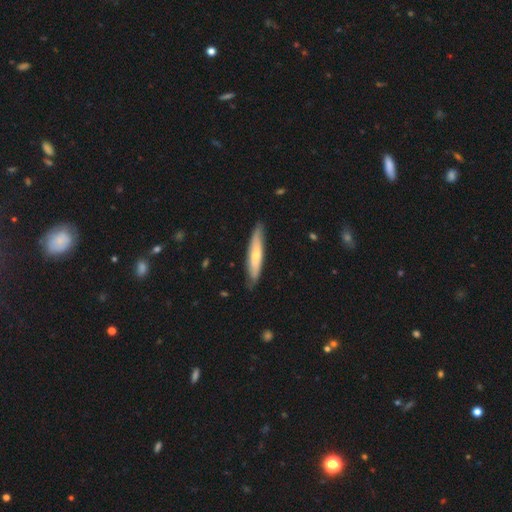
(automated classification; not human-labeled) Smooth or featured? Predicted: smooth (p=0.56). How rounded? Predicted: cigar-shaped (p=0.88). Merging? Predicted: none (p=0.82).